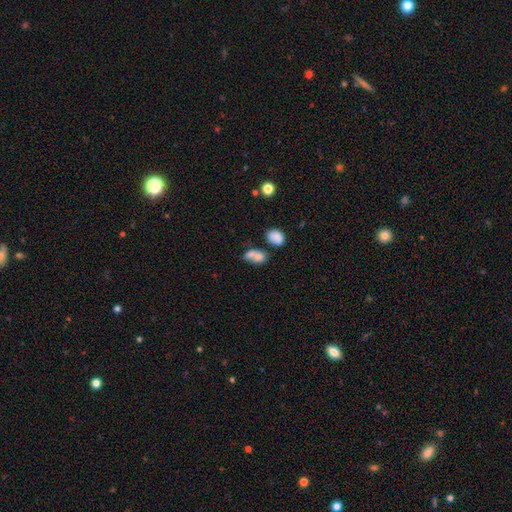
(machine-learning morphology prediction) A smooth galaxy with no disk features (74%) that is in between round and cigar-shaped (63%). Merging: merger (58%).